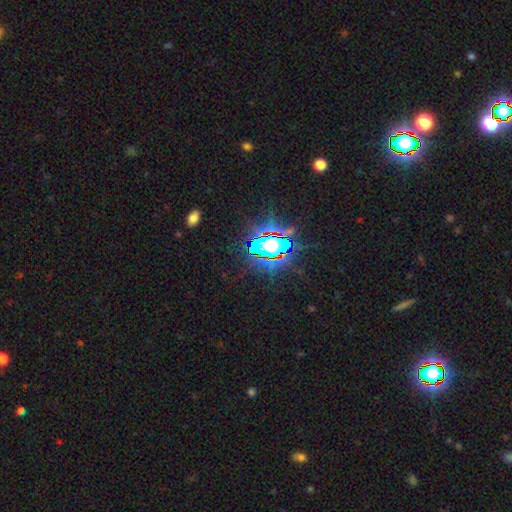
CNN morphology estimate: Smooth or featured?
  - star or artifact: 81% *
  - smooth: 11%
  - featured or disk: 8%